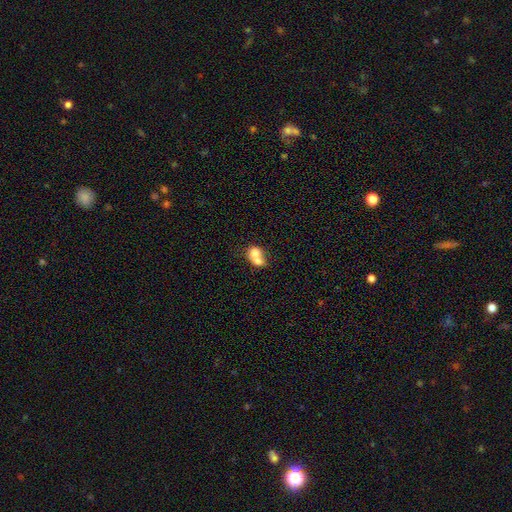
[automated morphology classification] A smooth galaxy with no disk features (69%) that is round (56%). Merging: merger (73%).